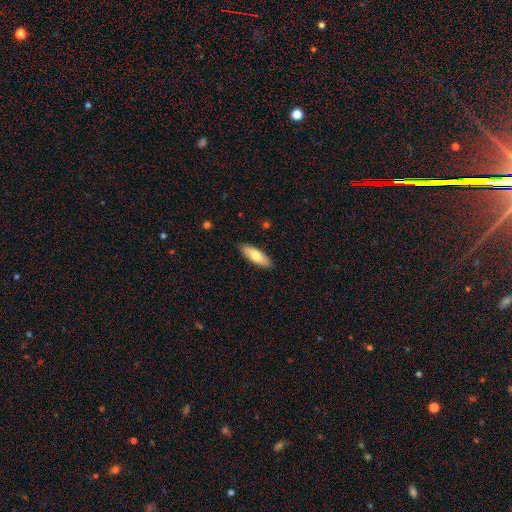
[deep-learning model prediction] A smooth galaxy with no disk features (73%) that is in between round and cigar-shaped (60%). Merging: none (89%).